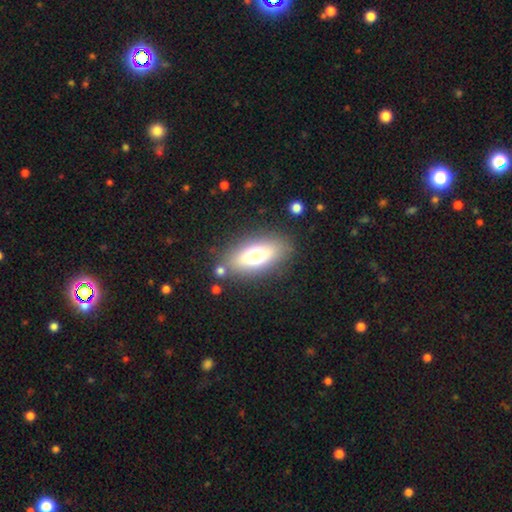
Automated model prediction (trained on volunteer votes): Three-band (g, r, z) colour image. It shows a smooth galaxy with no disk features (65%) that is in between round and cigar-shaped (80%). Merging: none (81%).